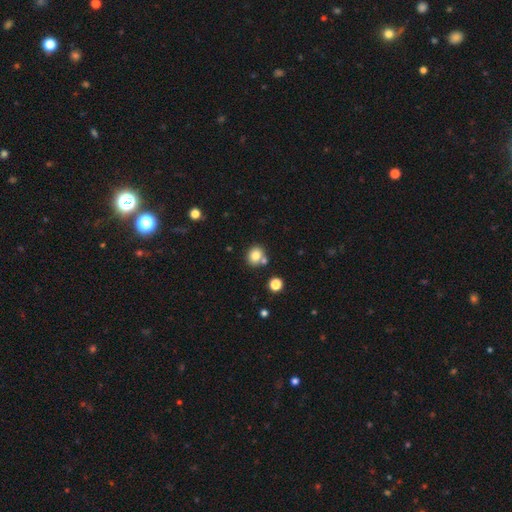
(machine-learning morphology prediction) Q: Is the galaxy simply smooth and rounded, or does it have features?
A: smooth — 80%.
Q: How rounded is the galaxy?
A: round — 77%.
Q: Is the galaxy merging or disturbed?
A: none — 66%.